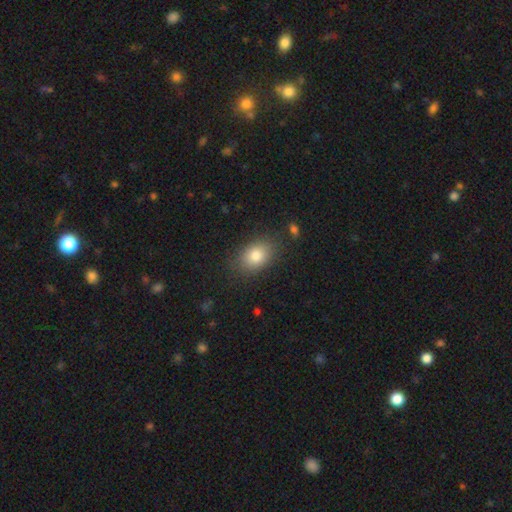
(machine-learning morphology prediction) A smooth galaxy with no disk features (80%) that is in between round and cigar-shaped (75%).

Vote fractions:
- Smooth or featured? smooth: 80% / featured or disk: 11% / star or artifact: 9%
- How rounded? in between: 75% / round: 24% / cigar-shaped: 1%
- Merging? none: 83% / minor disturbance: 12% / major disturbance: 3% / merger: 2%